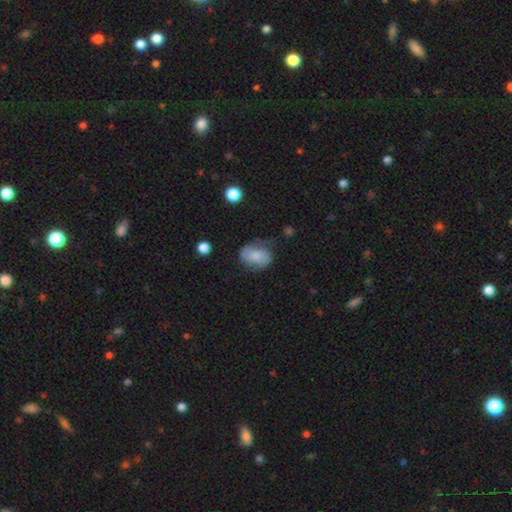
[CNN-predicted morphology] Smooth or featured? Predicted: smooth (p=0.54). How rounded? Predicted: in between (p=0.65). Merging? Predicted: none (p=0.54).